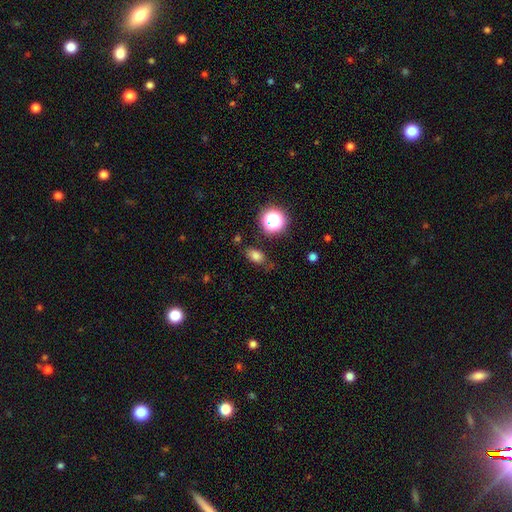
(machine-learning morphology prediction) Smooth or featured? smooth (76%)
How rounded? in between (78%)
Merging? none (72%)